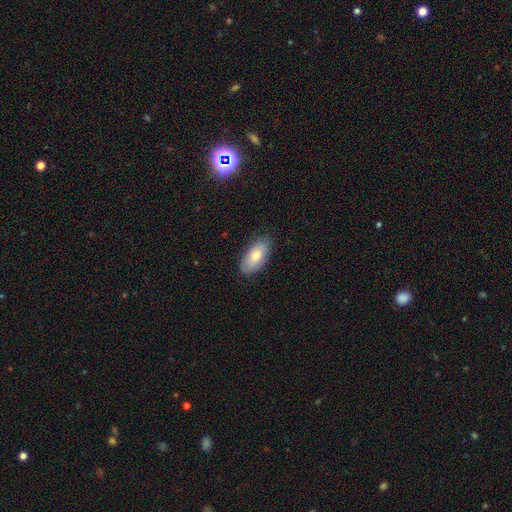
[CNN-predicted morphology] Smooth or featured? smooth (76%)
How rounded? in between (93%)
Merging? none (84%)